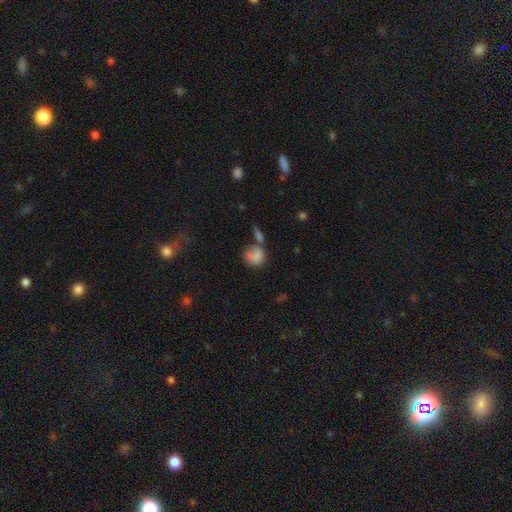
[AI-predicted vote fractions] Smooth or featured?
  - smooth: 79% *
  - featured or disk: 11%
  - star or artifact: 10%
How rounded?
  - round: 65% *
  - in between: 34%
  - cigar-shaped: 2%
Merging?
  - none: 39% *
  - merger: 30%
  - minor disturbance: 19%
  - major disturbance: 12%